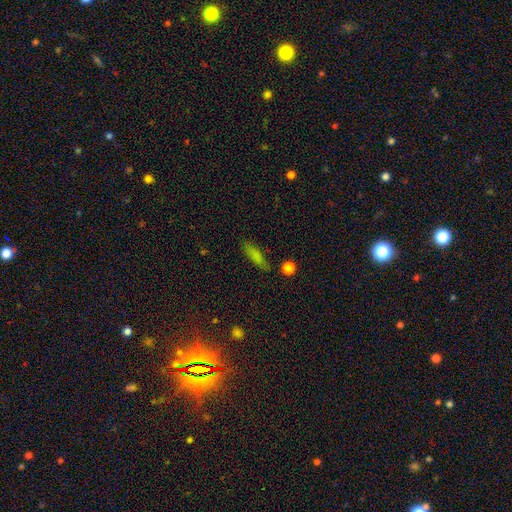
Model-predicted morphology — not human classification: smooth 76%, featured or disk 13%, star or artifact 11%. Down the decision tree: how rounded — cigar-shaped (61%); merging — none (76%).